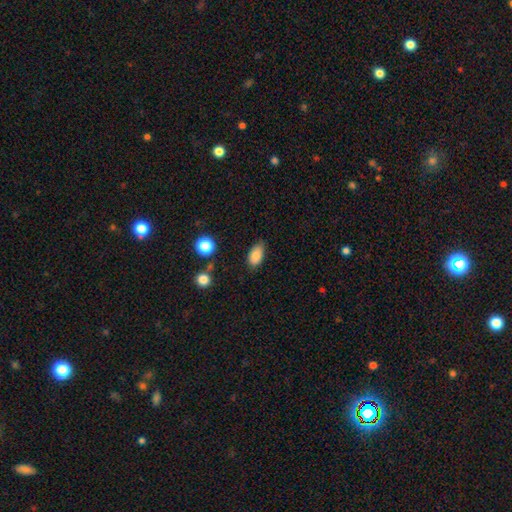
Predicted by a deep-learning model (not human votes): Smooth or featured?
  - smooth: 84% *
  - star or artifact: 9%
  - featured or disk: 7%
How rounded?
  - in between: 90% *
  - round: 6%
  - cigar-shaped: 3%
Merging?
  - none: 74% *
  - minor disturbance: 21%
  - major disturbance: 4%
  - merger: 2%